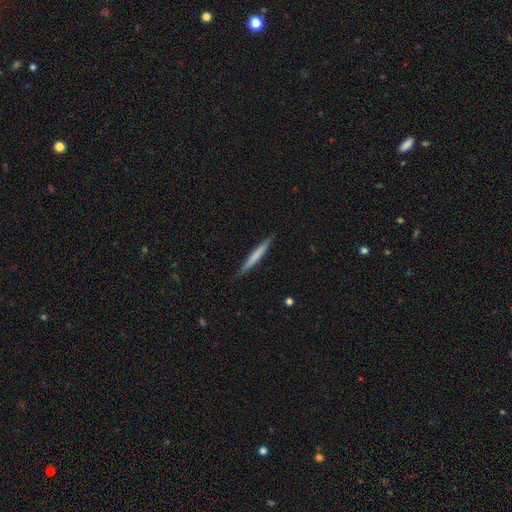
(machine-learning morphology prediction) Smooth or featured? Predicted: smooth (p=0.57). How rounded? Predicted: cigar-shaped (p=0.96). Merging? Predicted: none (p=0.89).